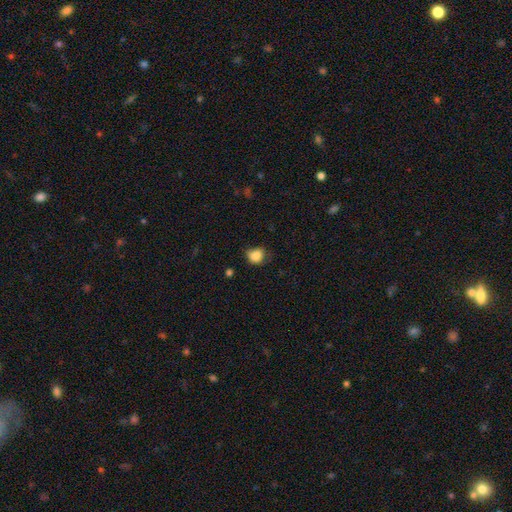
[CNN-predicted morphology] A smooth galaxy with no disk features (85%) that is round (63%).

Vote fractions:
- Smooth or featured? smooth: 85% / star or artifact: 10% / featured or disk: 5%
- How rounded? round: 63% / in between: 36% / cigar-shaped: 1%
- Merging? none: 54% / minor disturbance: 33% / major disturbance: 10% / merger: 3%